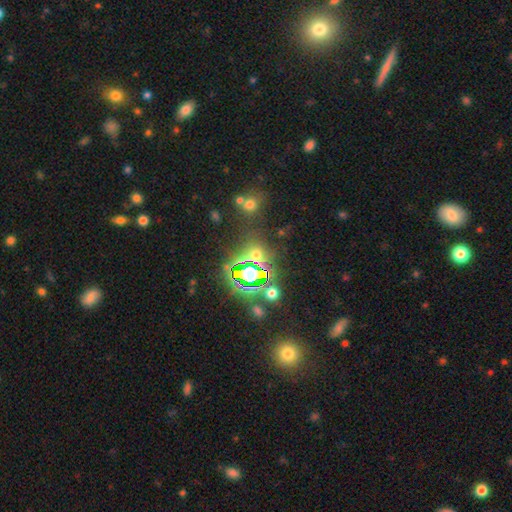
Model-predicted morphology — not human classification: star or artifact 61%, smooth 29%, featured or disk 9%.